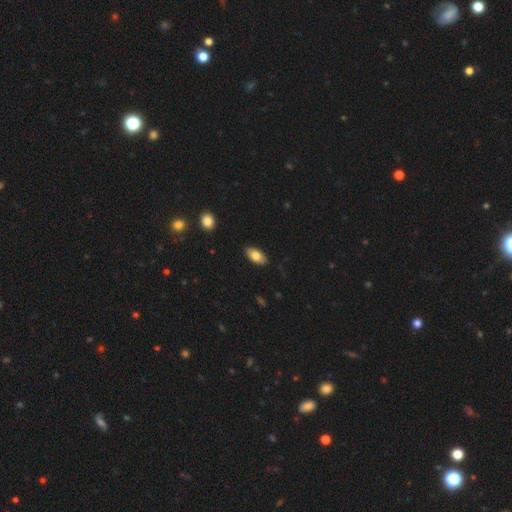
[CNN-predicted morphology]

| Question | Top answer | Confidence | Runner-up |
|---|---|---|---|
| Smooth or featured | smooth | 80% | featured or disk (13%) |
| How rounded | in between | 93% | cigar-shaped (4%) |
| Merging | none | 87% | minor disturbance (10%) |